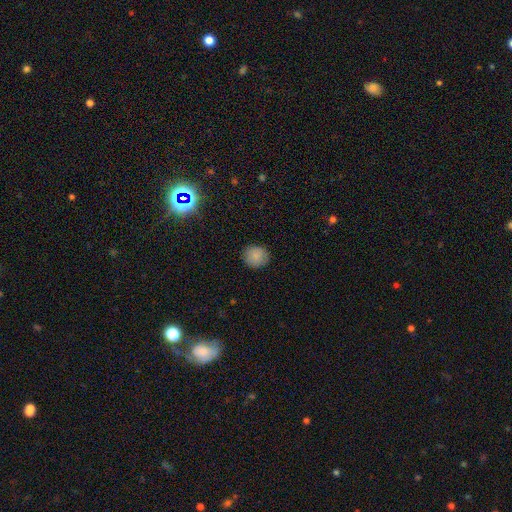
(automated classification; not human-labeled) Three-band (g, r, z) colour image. It shows a smooth galaxy with no disk features (85%) that is round (82%). Merging: none (87%).